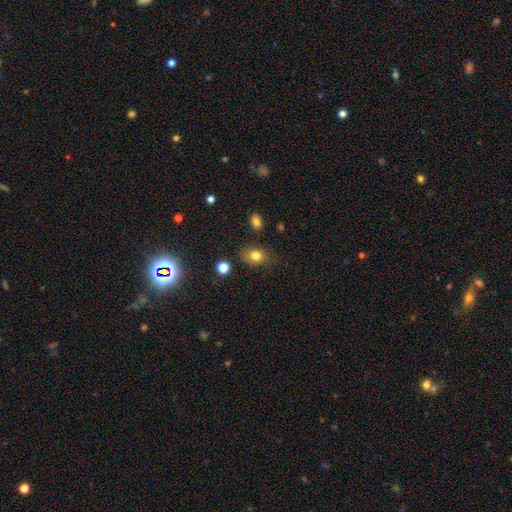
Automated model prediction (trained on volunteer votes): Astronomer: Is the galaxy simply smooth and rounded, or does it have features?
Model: smooth — 80%.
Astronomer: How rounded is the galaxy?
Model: in between — 66%.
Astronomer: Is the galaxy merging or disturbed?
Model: none — 75%.